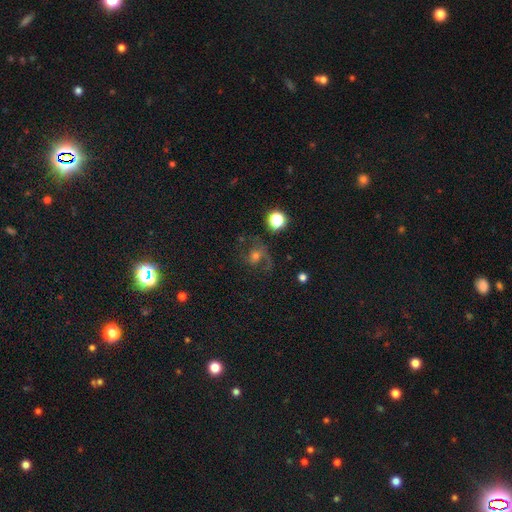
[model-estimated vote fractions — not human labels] smooth-or-featured: featured or disk: 51% | star or artifact: 26% | smooth: 23%
  disk-edge-on: no: 96% | yes: 4%
  merging: none: 53% | major disturbance: 27% | minor disturbance: 17% | merger: 4%